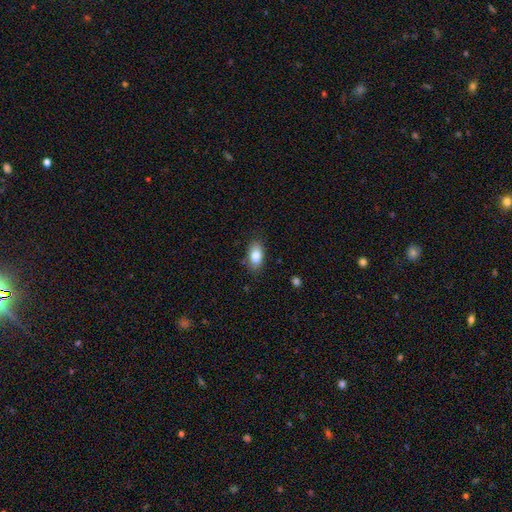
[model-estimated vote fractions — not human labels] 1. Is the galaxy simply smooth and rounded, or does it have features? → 83% smooth, 9% featured or disk, 8% star or artifact.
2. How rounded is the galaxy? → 90% in between, 6% round, 4% cigar-shaped.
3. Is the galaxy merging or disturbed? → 83% none, 12% minor disturbance, 3% major disturbance, 1% merger.